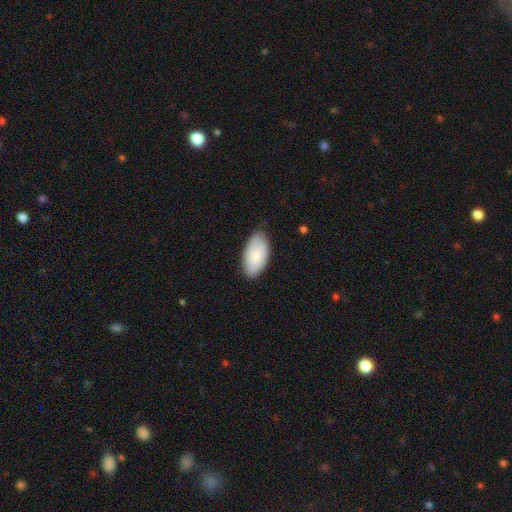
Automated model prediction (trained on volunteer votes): Smooth or featured? smooth (81%)
How rounded? in between (95%)
Merging? none (76%)